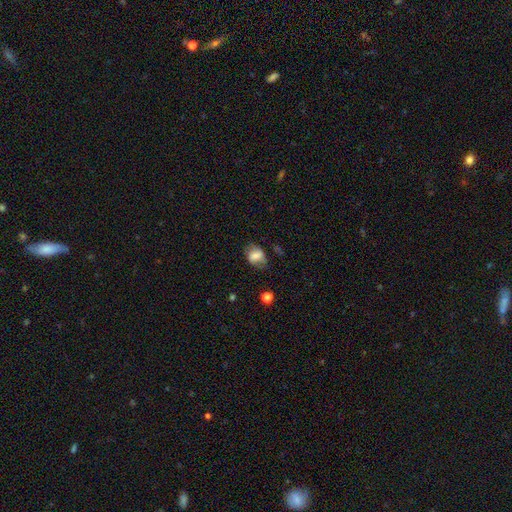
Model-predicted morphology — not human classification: Smooth or featured? Predicted: smooth (p=0.70). How rounded? Predicted: in between (p=0.66). Merging? Predicted: none (p=0.63).